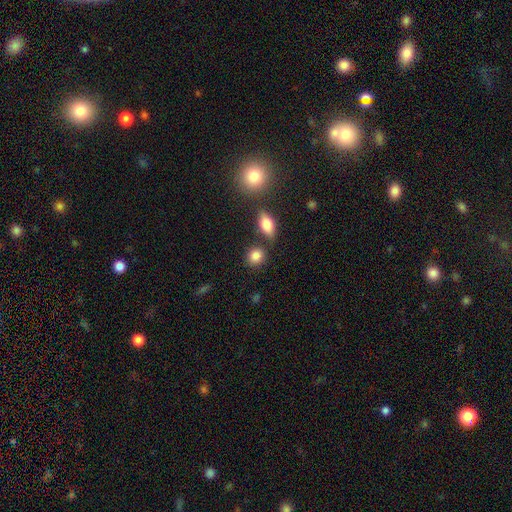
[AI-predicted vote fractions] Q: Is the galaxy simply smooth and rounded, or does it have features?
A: smooth — 84%.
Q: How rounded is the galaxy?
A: round — 68%.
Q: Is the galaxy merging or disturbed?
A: none — 74%.